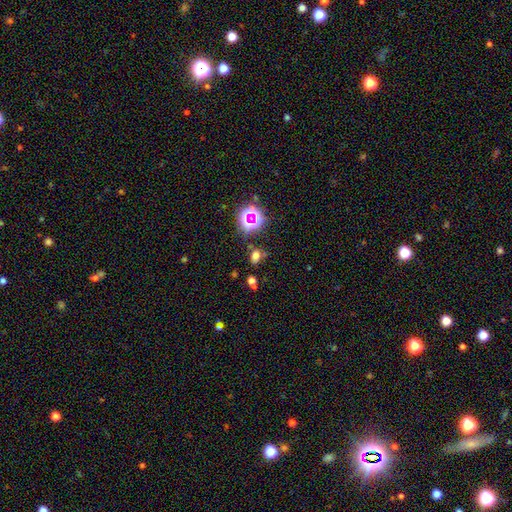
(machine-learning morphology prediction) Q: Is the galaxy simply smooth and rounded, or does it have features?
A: smooth — 61%.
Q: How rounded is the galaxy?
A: in between — 72%.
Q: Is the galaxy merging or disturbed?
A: none — 73%.